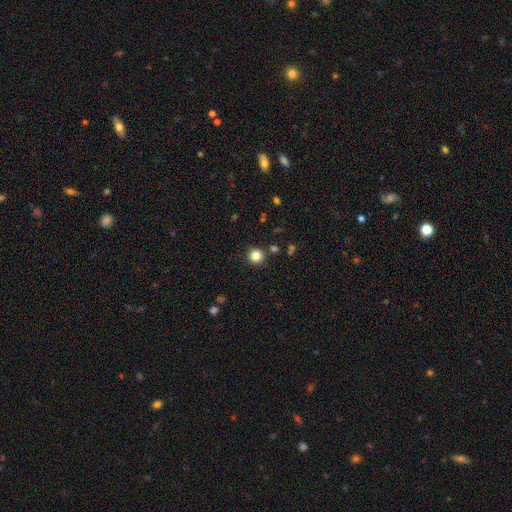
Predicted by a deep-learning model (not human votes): Smooth or featured? Predicted: smooth (p=0.84). How rounded? Predicted: round (p=0.94). Merging? Predicted: none (p=0.90).